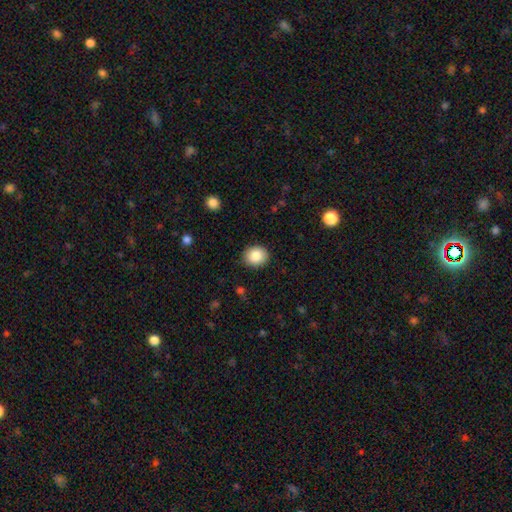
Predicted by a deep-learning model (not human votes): Morphology: type=smooth (87%); roundness=round (66%); merging=none (88%).